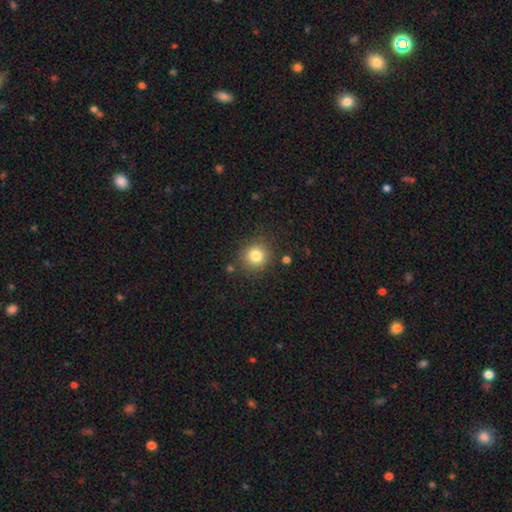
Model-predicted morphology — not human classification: Smooth or featured: smooth — 81% (star or artifact — 12%)
How rounded: round — 89% (in between — 10%)
Merging: none — 85% (minor disturbance — 9%)